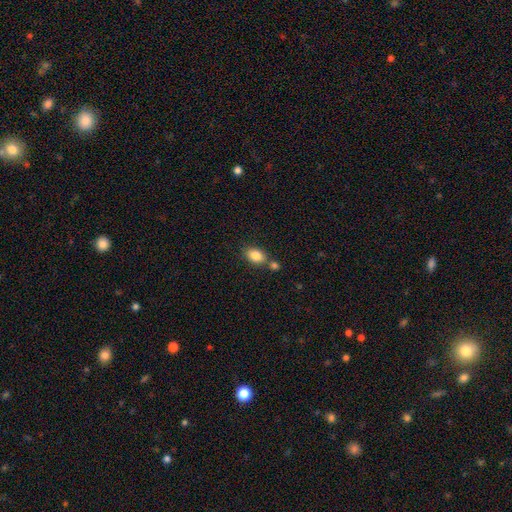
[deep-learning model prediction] Overall: smooth (84%). How rounded: in between (80%). Merging: none (59%; merger 26%).